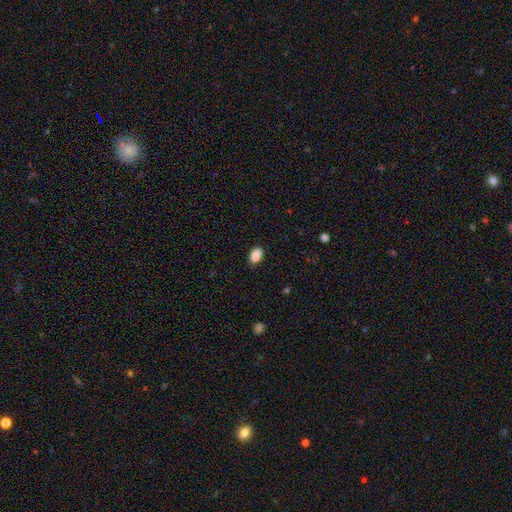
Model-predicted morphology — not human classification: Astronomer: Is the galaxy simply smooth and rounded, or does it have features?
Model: smooth — 89%.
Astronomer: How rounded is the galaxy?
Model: in between — 85%.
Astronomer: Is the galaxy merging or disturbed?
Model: none — 83%.